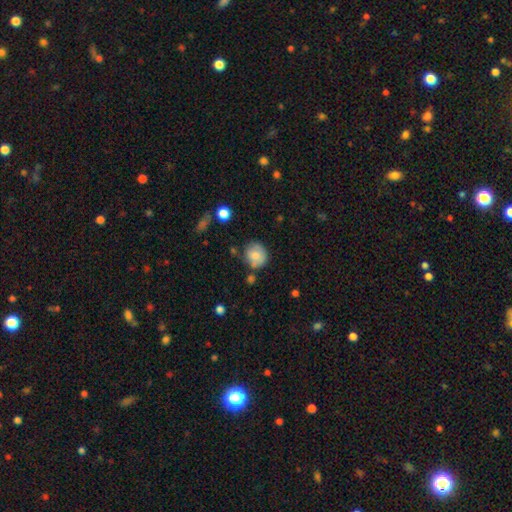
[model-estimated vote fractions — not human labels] The model was most divided on "merging": none: 68%, minor disturbance: 20%, merger: 7%, major disturbance: 5%. More confident: how rounded — round (81%); smooth or featured — smooth (75%).